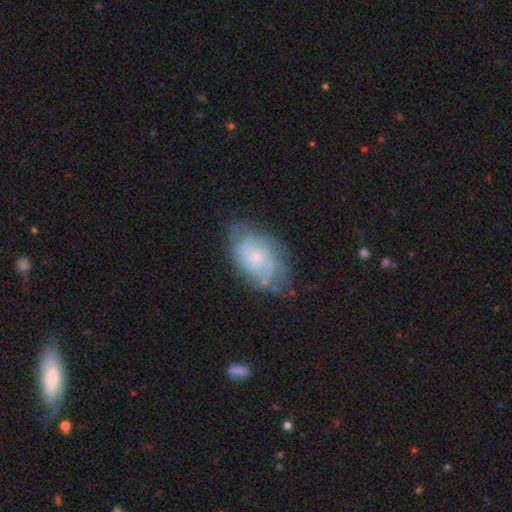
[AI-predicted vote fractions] This is likely a featured or disk galaxy (66%). It is clearly not viewed edge-on (97%). Bar: likely no (70%). Spiral arm pattern: clearly yes (82%). Spiral arm count: possibly can't tell (45%). Spiral winding: marginally tight (44%). Central bulge: possibly small (57%). Merging: likely none (61%).